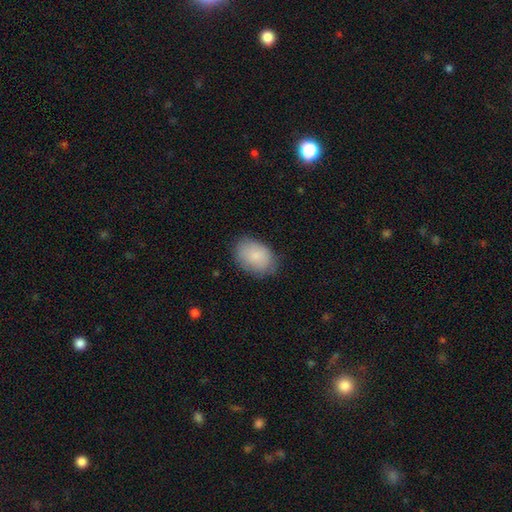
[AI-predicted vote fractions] Smooth or featured? Predicted: smooth (p=0.85). How rounded? Predicted: in between (p=0.82). Merging? Predicted: none (p=0.79).